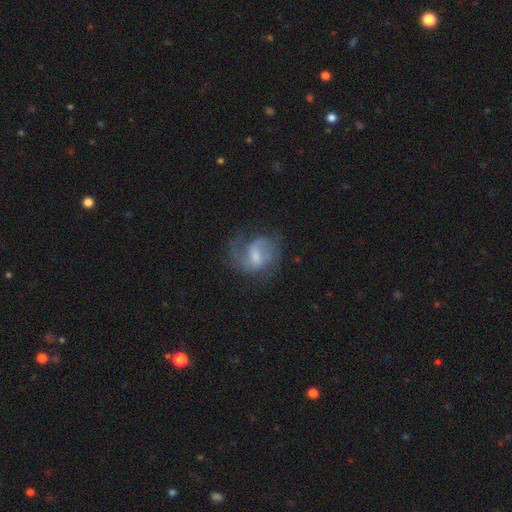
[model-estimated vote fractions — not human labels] Overall: featured or disk (77%). Edge-on disk: no (98%). Bar: weak (57%; no 29%). Spiral arms: yes (93%). Spiral arm count: 2 (67%). Spiral winding: medium (50%; loose 30%). Bulge size: small (51%; moderate 34%). Merging: none (60%; minor disturbance 20%).